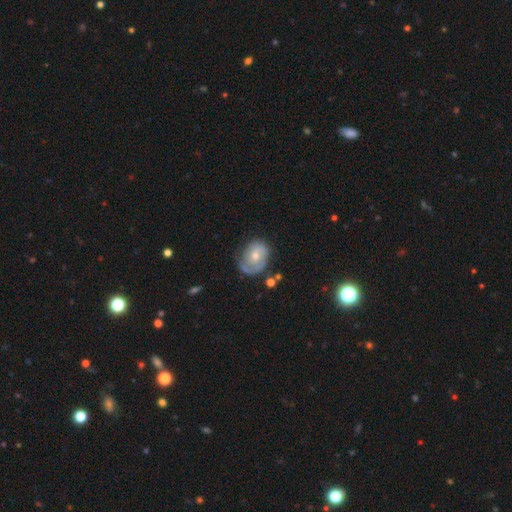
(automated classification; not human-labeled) Smooth or featured? featured or disk (65%)
Edge-on disk? no (97%)
Bar? no (71%)
Spiral arms? yes (83%)
Spiral winding? tight (52%)
Spiral arm count? 1 (39%)
Bulge size? moderate (54%)
Merging? none (57%)